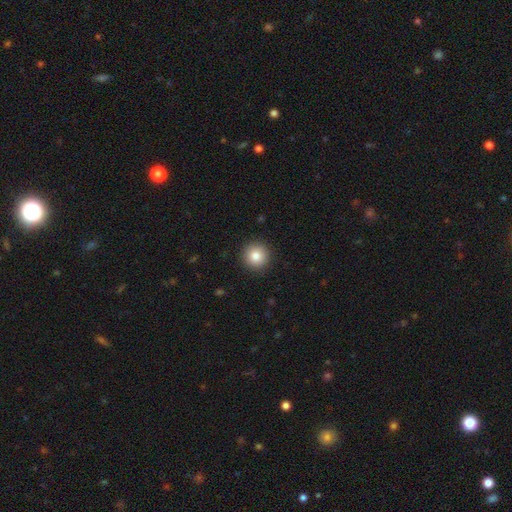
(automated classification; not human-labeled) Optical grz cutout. It shows a smooth galaxy with no disk features (83%) that is round (95%). Merging: none (92%).